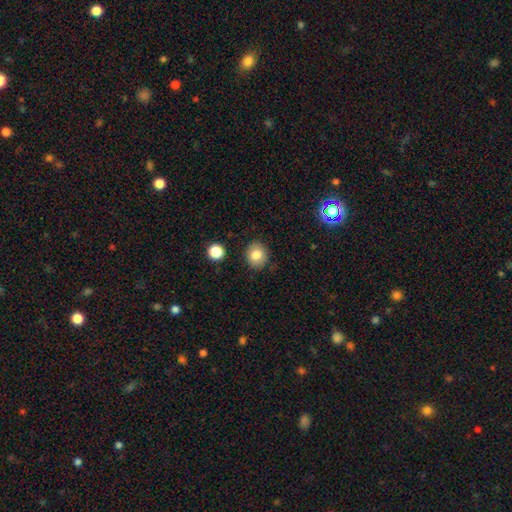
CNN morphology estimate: Smooth or featured? smooth (82%)
How rounded? round (72%)
Merging? none (86%)